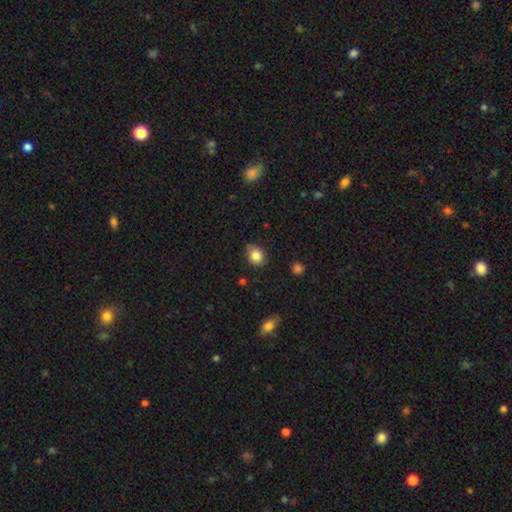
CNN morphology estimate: smooth 84%, star or artifact 10%, featured or disk 7%. Down the decision tree: how rounded — round (64%); merging — none (70%).